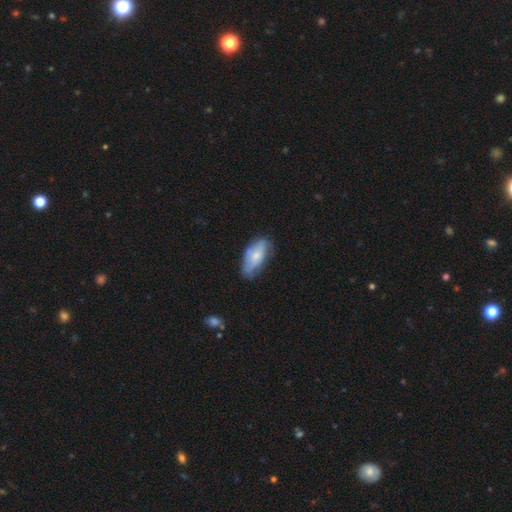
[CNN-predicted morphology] type=smooth (57%); roundness=in between (86%); merging=none (57%).